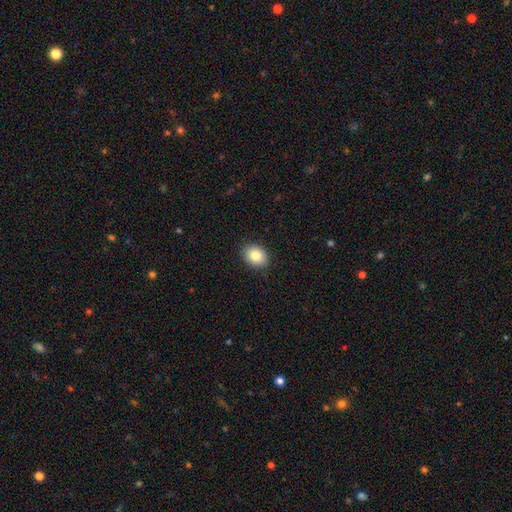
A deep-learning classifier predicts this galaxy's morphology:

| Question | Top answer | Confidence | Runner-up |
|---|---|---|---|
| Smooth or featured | smooth | 83% | star or artifact (9%) |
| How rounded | in between | 54% | round (45%) |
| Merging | none | 89% | minor disturbance (8%) |